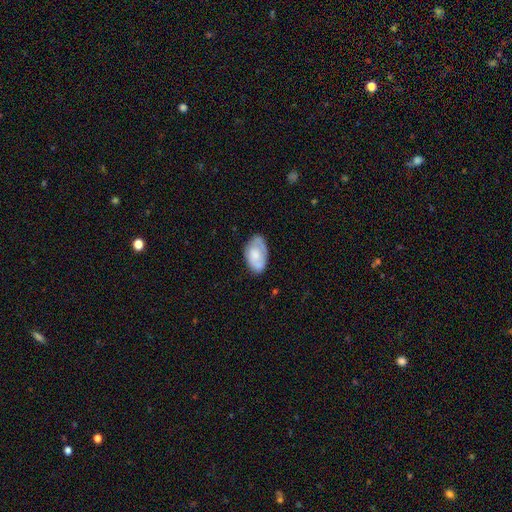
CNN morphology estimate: The model was most divided on "smooth or featured": smooth: 60%, featured or disk: 33%, star or artifact: 6%. More confident: how rounded — in between (93%); merging — none (60%).